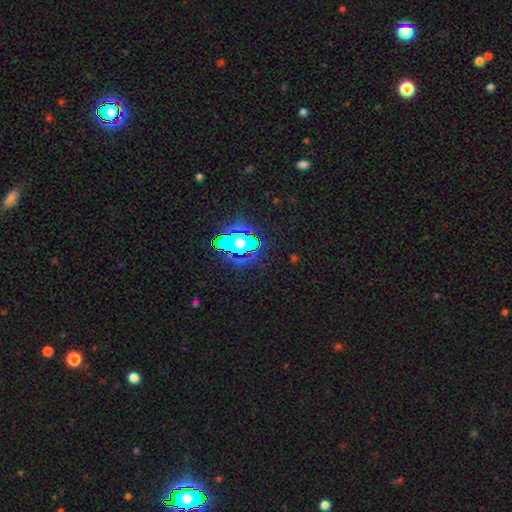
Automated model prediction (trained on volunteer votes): A star or artifact, not a galaxy (81%).

Vote fractions:
- Smooth or featured? star or artifact: 81% / smooth: 12% / featured or disk: 7%